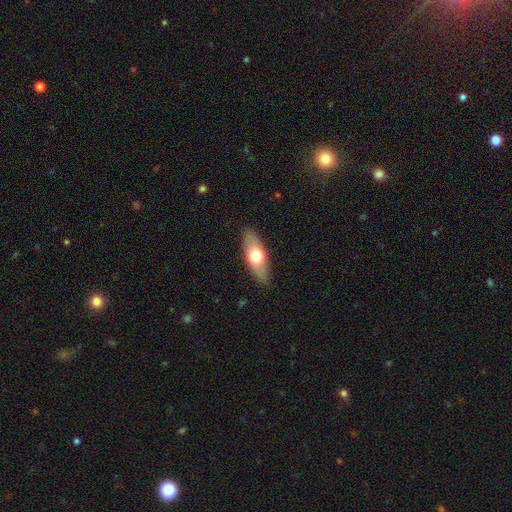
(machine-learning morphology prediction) A smooth galaxy with no disk features (62%) that is in between round and cigar-shaped (67%).

Vote fractions:
- Smooth or featured? smooth: 62% / featured or disk: 32% / star or artifact: 6%
- How rounded? in between: 67% / cigar-shaped: 30% / round: 3%
- Merging? none: 87% / minor disturbance: 9% / major disturbance: 2% / merger: 1%